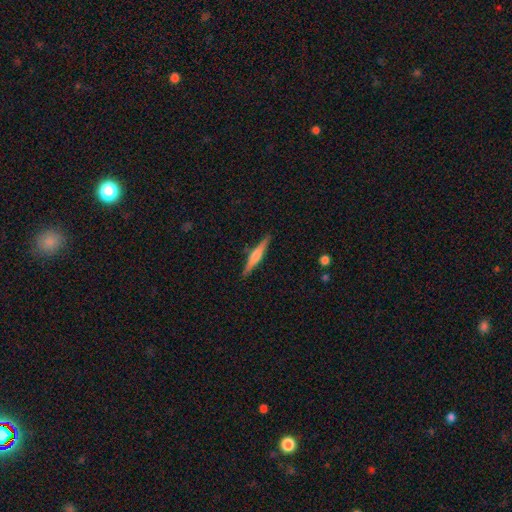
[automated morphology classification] Q: Smooth or featured?
A: featured or disk (55%); runner-up: smooth (39%)
Q: Edge-on disk?
A: yes (97%); runner-up: no (3%)
Q: Edge-on bulge?
A: rounded (68%); runner-up: boxy (18%)
Q: Merging?
A: none (89%); runner-up: minor disturbance (8%)